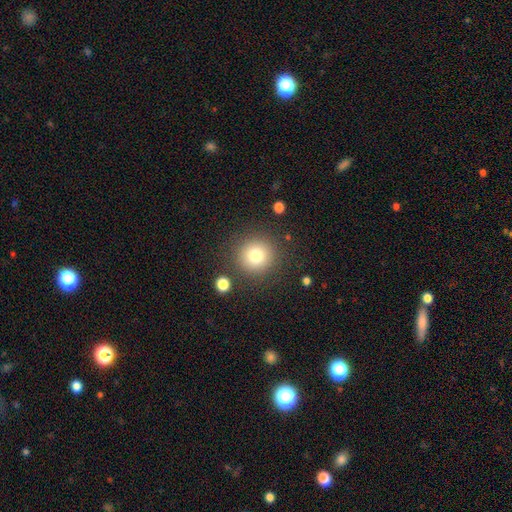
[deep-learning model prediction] Smooth or featured: smooth — 78% (star or artifact — 12%)
How rounded: round — 94% (in between — 5%)
Merging: none — 86% (minor disturbance — 7%)